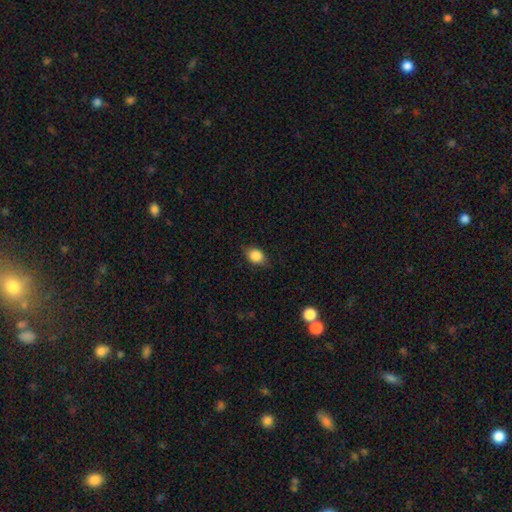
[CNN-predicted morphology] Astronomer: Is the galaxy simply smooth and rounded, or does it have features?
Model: smooth — 84%.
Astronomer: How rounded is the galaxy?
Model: in between — 62%.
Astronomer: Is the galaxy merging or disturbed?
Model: none — 77%.